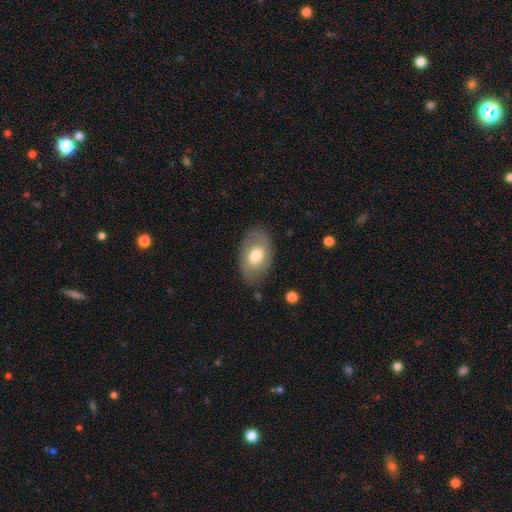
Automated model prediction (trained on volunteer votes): A smooth galaxy with no disk features (64%) that is in between round and cigar-shaped (88%). Merging: none (77%).